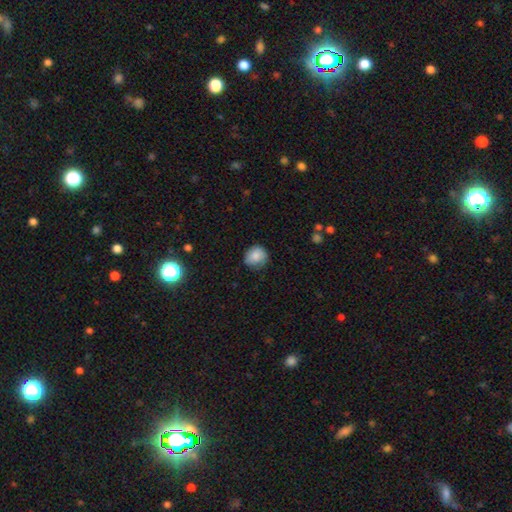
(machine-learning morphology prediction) Smooth or featured? Predicted: smooth (p=0.83). How rounded? Predicted: round (p=0.82). Merging? Predicted: none (p=0.74).